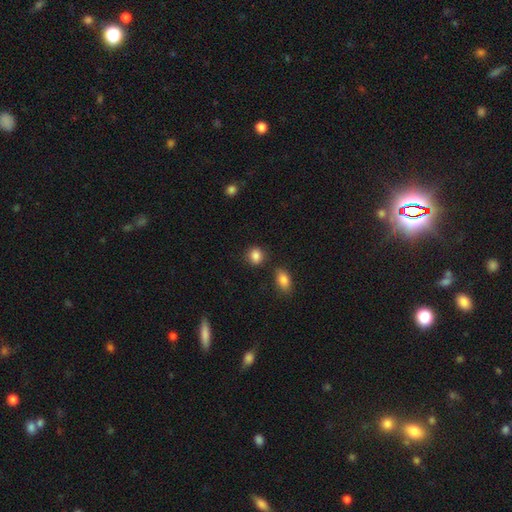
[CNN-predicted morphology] Smooth or featured? Predicted: smooth (p=0.87). How rounded? Predicted: round (p=0.65). Merging? Predicted: none (p=0.76).